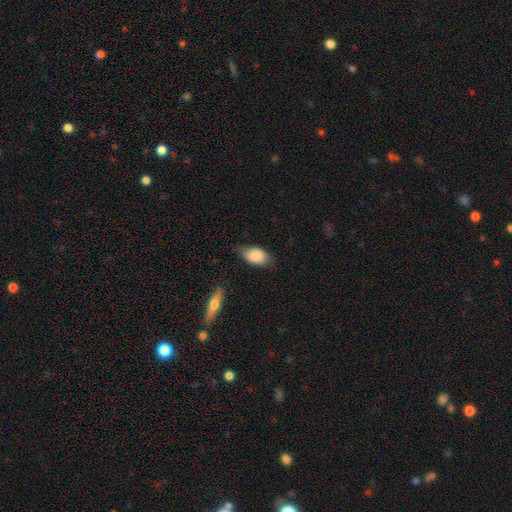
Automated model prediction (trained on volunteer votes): Smooth or featured? smooth (85%)
How rounded? in between (90%)
Merging? none (70%)